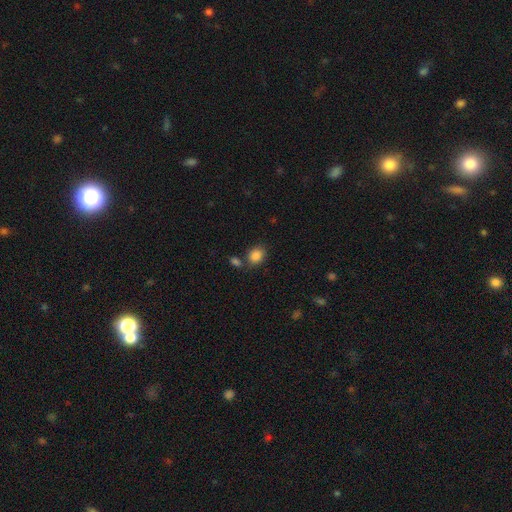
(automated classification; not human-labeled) A smooth galaxy with no disk features (86%) that is round (53%). Merging: none (64%).